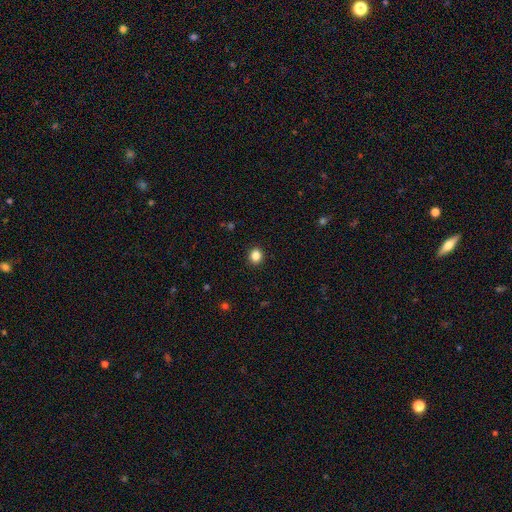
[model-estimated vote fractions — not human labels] This is clearly a smooth galaxy (85%). How rounded: likely round (79%). Merging: clearly none (92%).